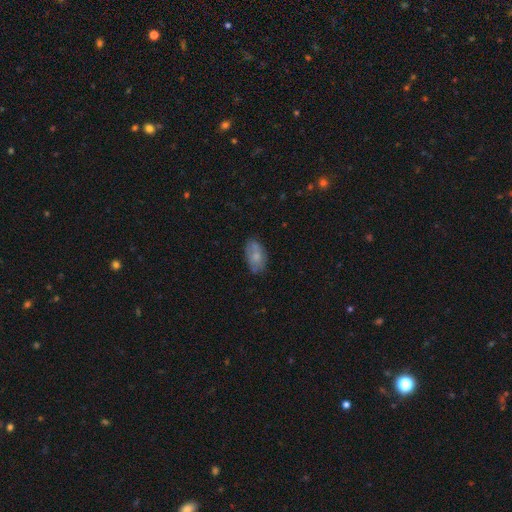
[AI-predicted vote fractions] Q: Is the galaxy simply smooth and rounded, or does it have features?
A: smooth — 69%.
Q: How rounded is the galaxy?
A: in between — 93%.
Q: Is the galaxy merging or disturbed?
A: none — 67%.